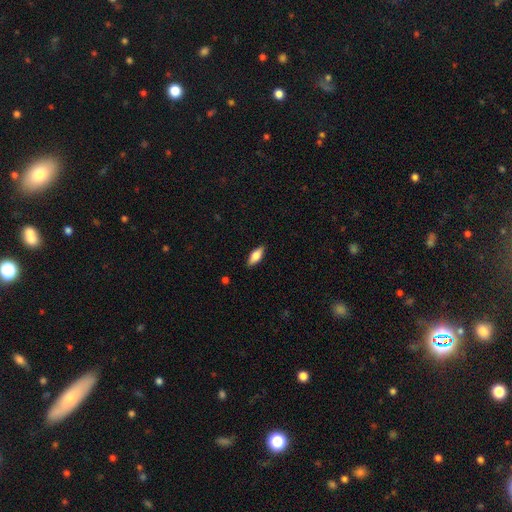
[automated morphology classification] This is likely a smooth galaxy (70%). How rounded: likely in between (76%). Merging: clearly none (88%).